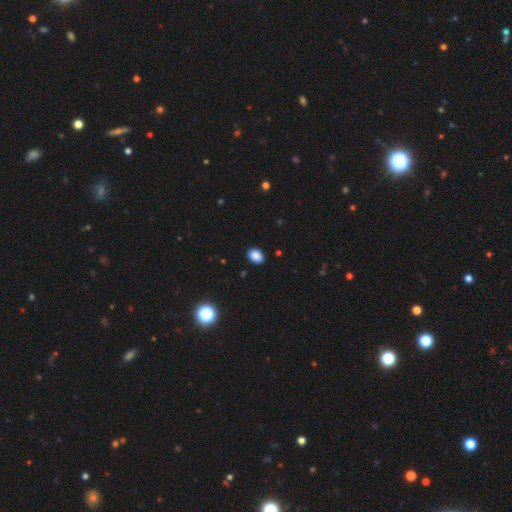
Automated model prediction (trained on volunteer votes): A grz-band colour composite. It shows a smooth galaxy with no disk features (87%) that is in between round and cigar-shaped (72%). Merging: none (90%).